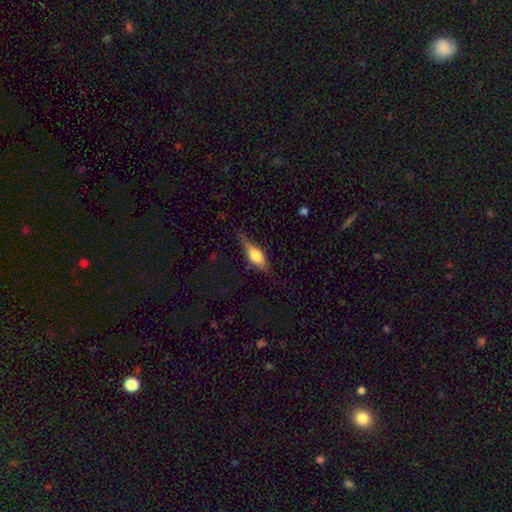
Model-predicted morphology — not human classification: Smooth or featured? Predicted: smooth (p=0.51). How rounded? Predicted: in between (p=0.59). Merging? Predicted: none (p=0.68).